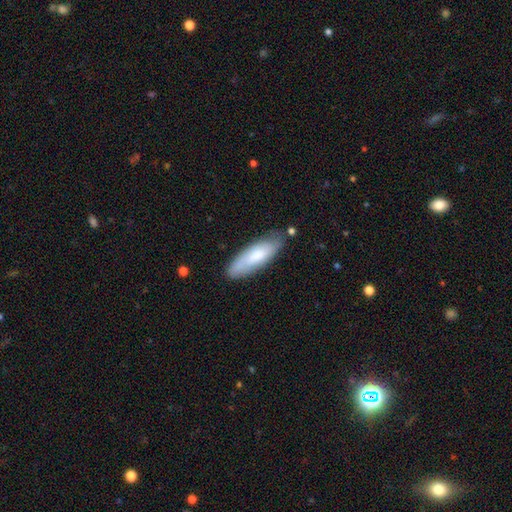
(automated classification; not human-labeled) Morphology: type=smooth (71%); roundness=in between (54%); merging=none (74%).